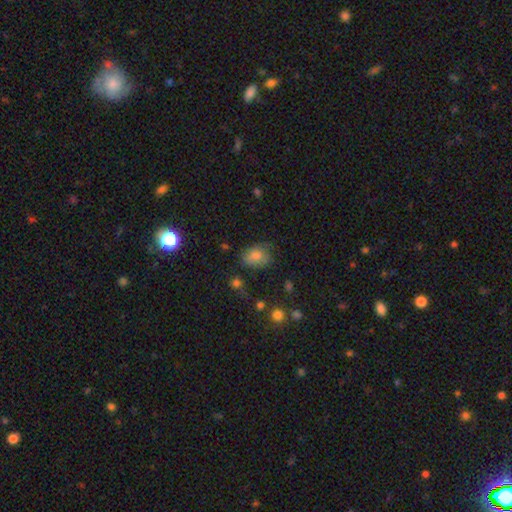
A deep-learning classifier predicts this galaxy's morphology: smooth_or_featured: smooth (p=0.76) [alt: star or artifact p=0.12]
how_rounded: in between (p=0.70) [alt: round p=0.29]
merging: none (p=0.58) [alt: minor disturbance p=0.29]